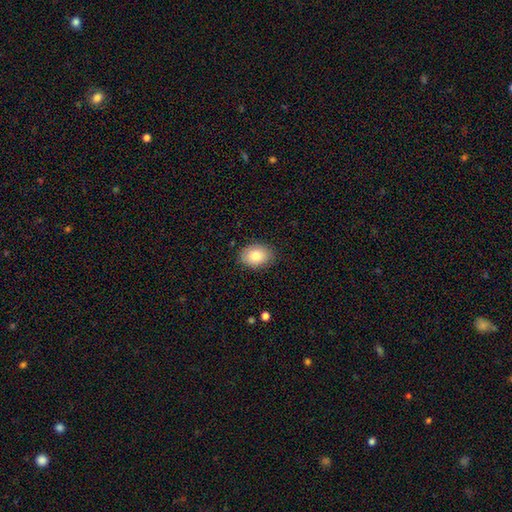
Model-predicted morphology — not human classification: Smooth or featured? smooth (83%)
How rounded? in between (74%)
Merging? none (86%)